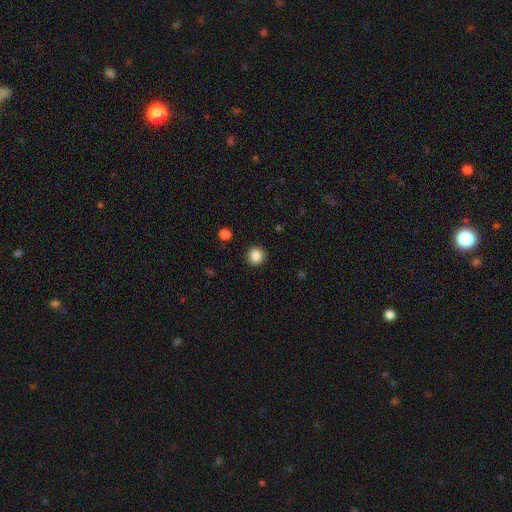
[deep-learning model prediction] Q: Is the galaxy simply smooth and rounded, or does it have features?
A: smooth — 86%.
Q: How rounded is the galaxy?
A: round — 89%.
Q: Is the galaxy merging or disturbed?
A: none — 91%.